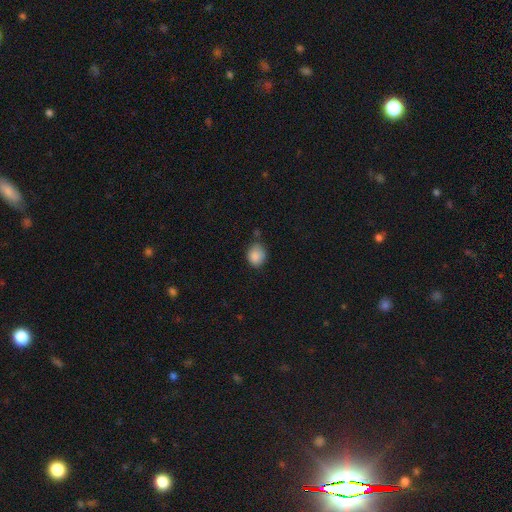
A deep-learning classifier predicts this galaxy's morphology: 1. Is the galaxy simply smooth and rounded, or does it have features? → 87% smooth, 8% star or artifact, 4% featured or disk.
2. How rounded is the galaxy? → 64% round, 36% in between, 1% cigar-shaped.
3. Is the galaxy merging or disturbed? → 62% none, 26% minor disturbance, 6% merger, 5% major disturbance.